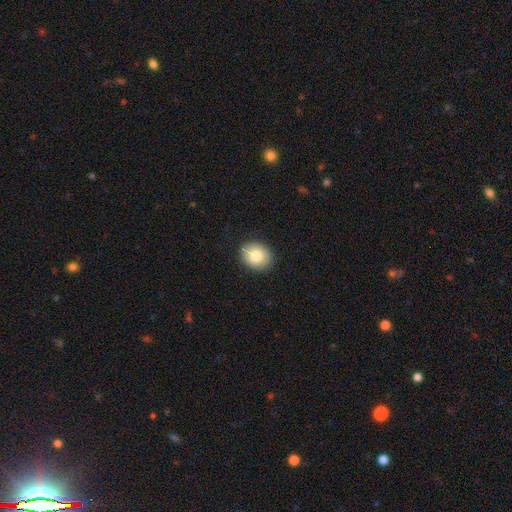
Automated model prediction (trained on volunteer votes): Q: Smooth or featured?
A: smooth (80%); runner-up: featured or disk (11%)
Q: How rounded?
A: round (52%); runner-up: in between (48%)
Q: Merging?
A: none (89%); runner-up: minor disturbance (8%)